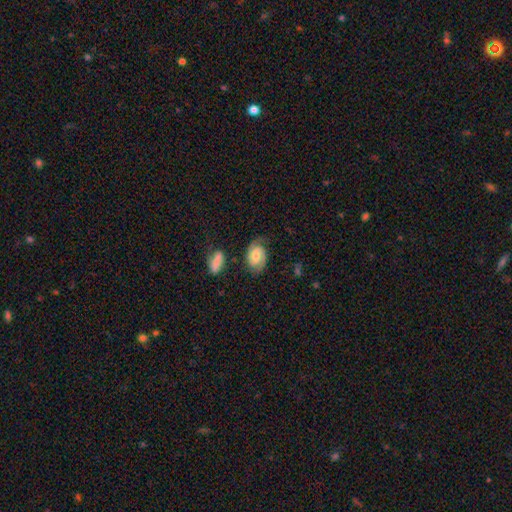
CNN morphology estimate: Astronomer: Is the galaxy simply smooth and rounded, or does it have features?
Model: featured or disk — 79%.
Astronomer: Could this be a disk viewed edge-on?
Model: no — 97%.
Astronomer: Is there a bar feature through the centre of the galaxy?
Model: no — 50% (runner-up: weak, 39%).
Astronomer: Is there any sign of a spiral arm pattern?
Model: yes — 96%.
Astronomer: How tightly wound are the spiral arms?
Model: tight — 48% (runner-up: medium, 42%).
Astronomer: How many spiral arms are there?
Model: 2 — 87%.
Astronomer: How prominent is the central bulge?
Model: moderate — 62%.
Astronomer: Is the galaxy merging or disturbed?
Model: none — 73%.